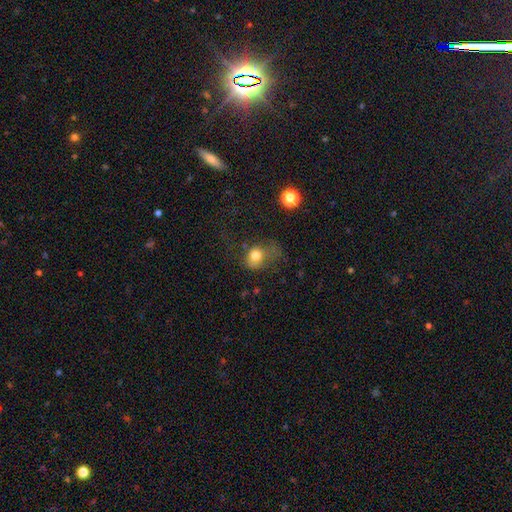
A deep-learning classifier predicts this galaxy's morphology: This appears to be a smooth galaxy with no disk features (74%) that is round (58%). Merging: major disturbance (38%).